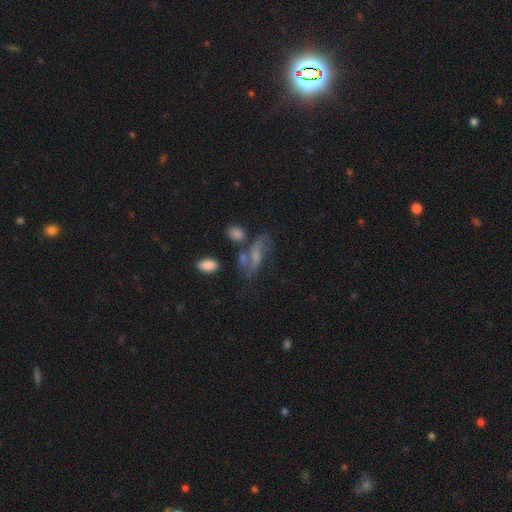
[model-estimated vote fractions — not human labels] This is possibly a featured or disk galaxy (49%). Merging: possibly none (46%).